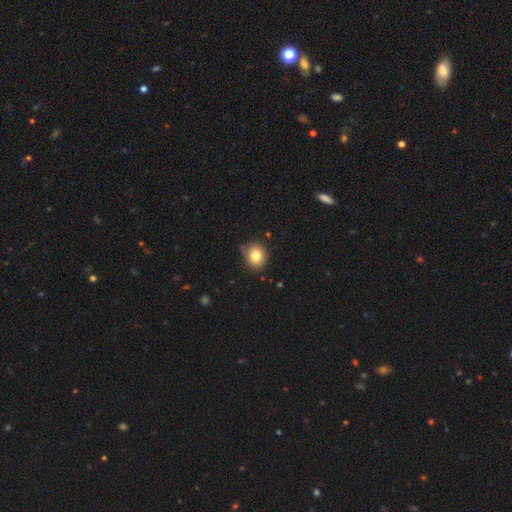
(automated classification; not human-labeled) A smooth galaxy with no disk features (81%) that is round (79%).

Vote fractions:
- Smooth or featured? smooth: 81% / star or artifact: 11% / featured or disk: 8%
- How rounded? round: 79% / in between: 20% / cigar-shaped: 1%
- Merging? none: 82% / minor disturbance: 13% / major disturbance: 3% / merger: 2%